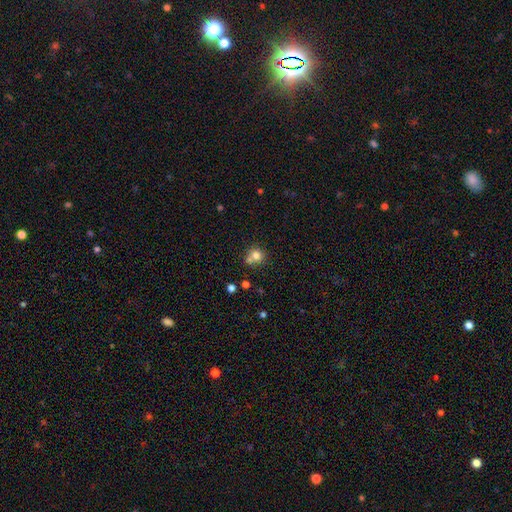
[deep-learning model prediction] Smooth or featured: smooth — 76% (star or artifact — 12%)
How rounded: round — 87% (in between — 12%)
Merging: none — 53% (merger — 34%)